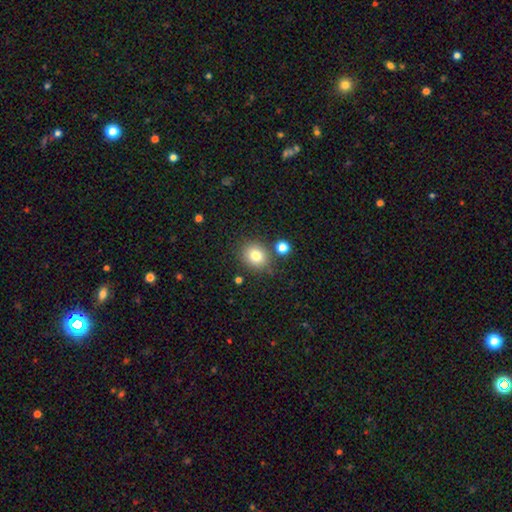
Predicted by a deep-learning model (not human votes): A smooth galaxy with no disk features (79%) that is round (75%). Merging: none (79%).